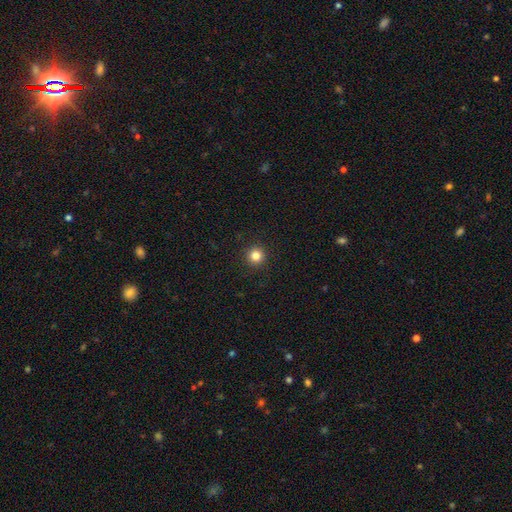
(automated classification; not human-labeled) Overall: smooth (83%). How rounded: round (96%). Merging: none (93%).